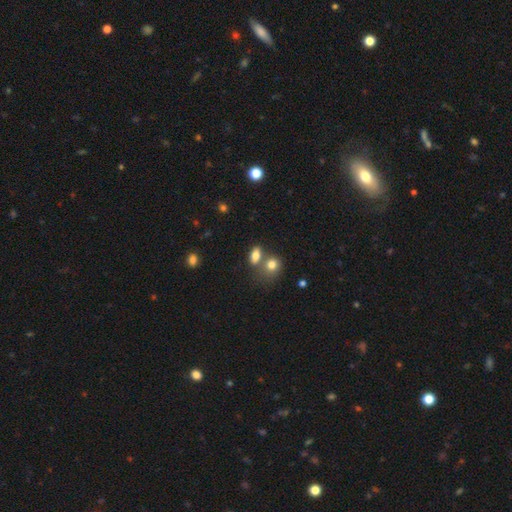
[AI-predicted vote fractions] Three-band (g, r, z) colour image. It shows a smooth galaxy with no disk features (78%) that is in between round and cigar-shaped (79%). Merging: none (46%).